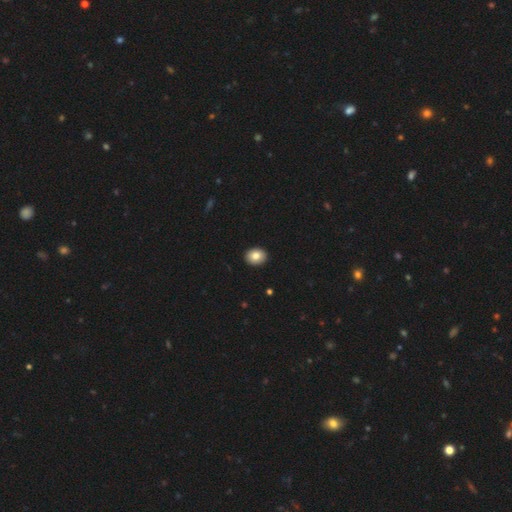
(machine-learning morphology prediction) This appears to be a smooth galaxy with no disk features (83%) that is round (52%). Merging: none (92%).